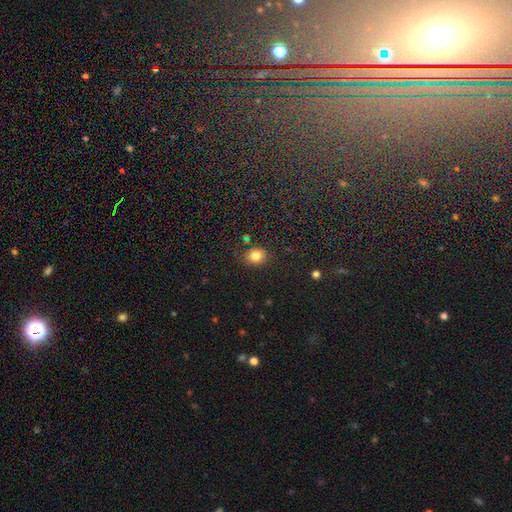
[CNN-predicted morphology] type=smooth (81%); roundness=round (72%); merging=none (82%).